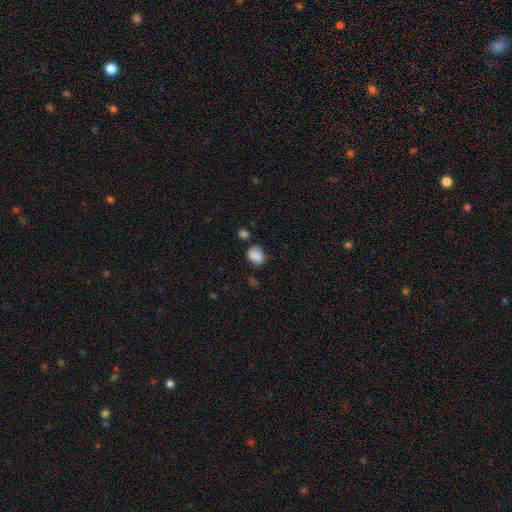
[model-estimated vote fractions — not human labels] Smooth or featured? smooth (83%)
How rounded? in between (55%)
Merging? none (59%)